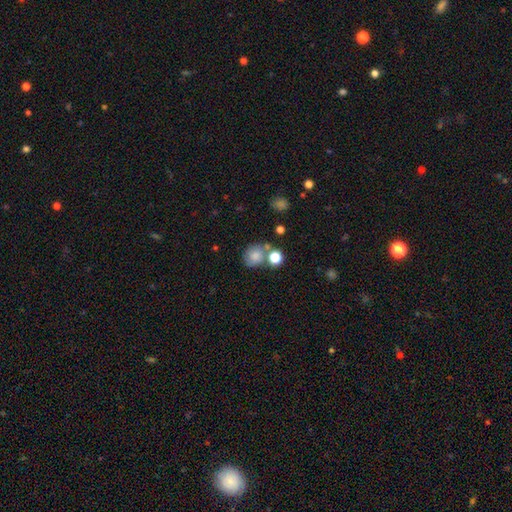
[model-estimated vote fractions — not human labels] This is likely a smooth galaxy (75%). How rounded: likely round (72%). Merging: possibly none (55%).